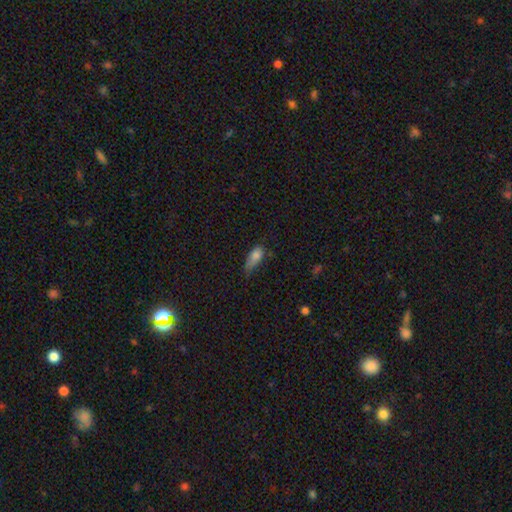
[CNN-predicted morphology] A smooth galaxy with no disk features (80%) that is in between round and cigar-shaped (78%).

Vote fractions:
- Smooth or featured? smooth: 80% / featured or disk: 11% / star or artifact: 9%
- How rounded? in between: 78% / cigar-shaped: 18% / round: 4%
- Merging? minor disturbance: 44% / none: 34% / major disturbance: 18% / merger: 4%